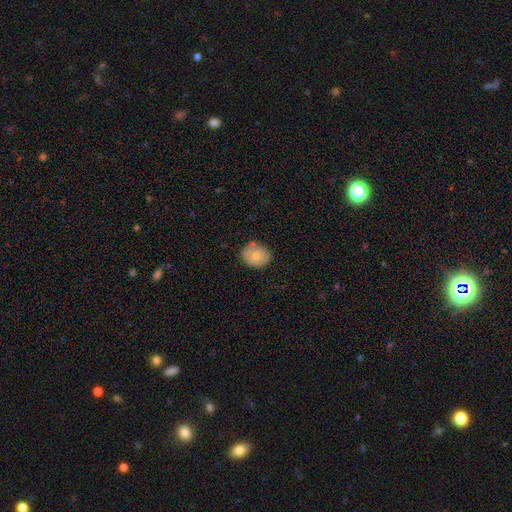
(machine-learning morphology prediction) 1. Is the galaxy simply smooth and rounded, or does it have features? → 70% smooth, 22% featured or disk, 8% star or artifact.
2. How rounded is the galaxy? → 64% round, 35% in between, 1% cigar-shaped.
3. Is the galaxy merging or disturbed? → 73% none, 18% minor disturbance, 5% merger, 3% major disturbance.